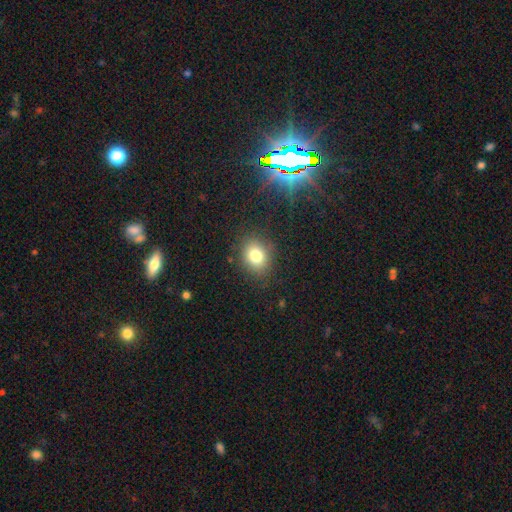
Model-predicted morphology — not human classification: The model was most divided on "how rounded": round: 55%, in between: 44%, cigar-shaped: 1%. More confident: merging — none (84%); smooth or featured — smooth (78%).